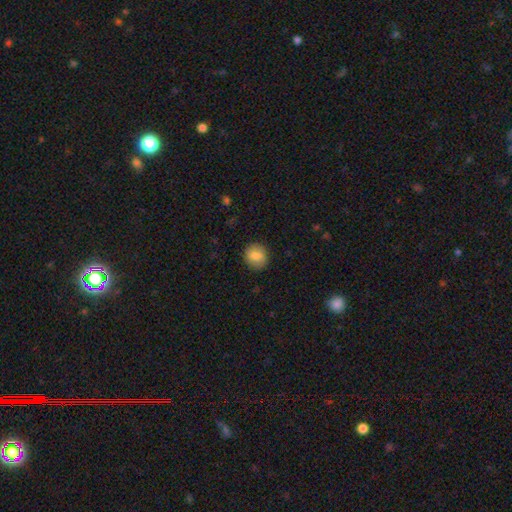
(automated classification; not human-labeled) smooth_or_featured: smooth (p=0.84) [alt: featured or disk p=0.08]
how_rounded: round (p=0.86) [alt: in between p=0.13]
merging: none (p=0.88) [alt: minor disturbance p=0.09]